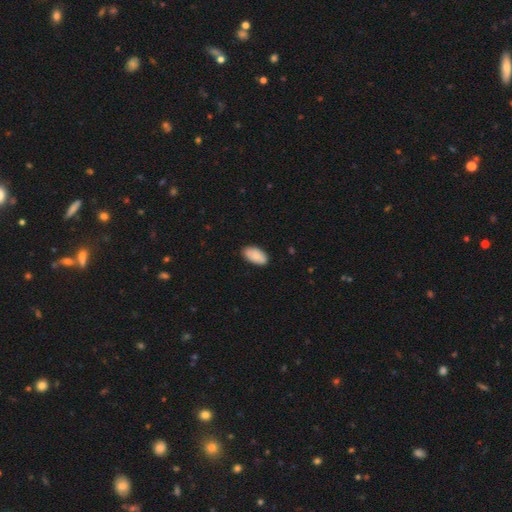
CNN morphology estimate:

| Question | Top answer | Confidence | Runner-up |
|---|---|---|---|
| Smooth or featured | smooth | 87% | featured or disk (7%) |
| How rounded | in between | 95% | round (2%) |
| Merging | none | 84% | minor disturbance (13%) |